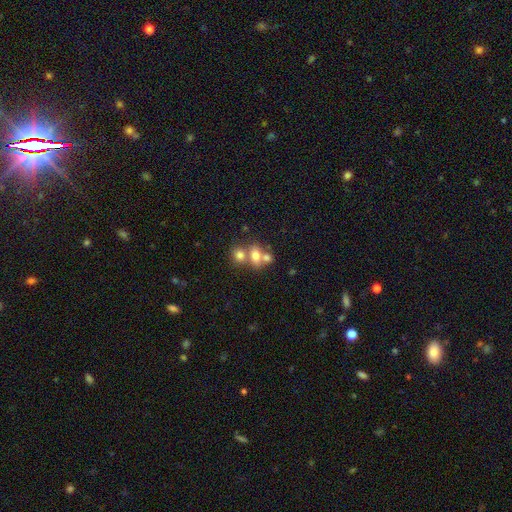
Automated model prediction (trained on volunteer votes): The model was most divided on "how rounded": in between: 61%, round: 37%, cigar-shaped: 2%. More confident: smooth or featured — smooth (70%); merging — merger (57%).